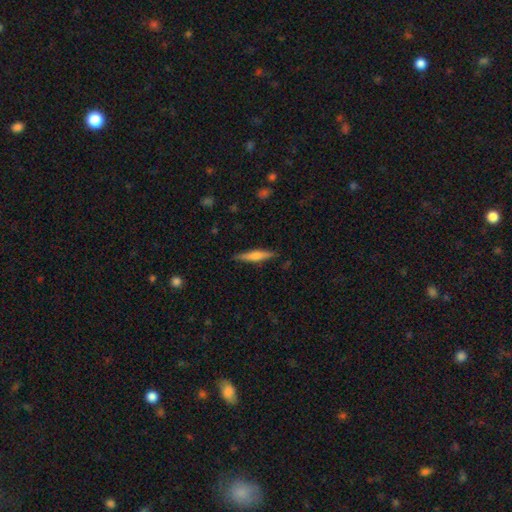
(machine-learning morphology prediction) A smooth galaxy with no disk features (61%) that is cigar-shaped (89%).

Vote fractions:
- Smooth or featured? smooth: 61% / featured or disk: 33% / star or artifact: 6%
- How rounded? cigar-shaped: 89% / in between: 10% / round: 2%
- Merging? none: 87% / minor disturbance: 10% / major disturbance: 2% / merger: 1%